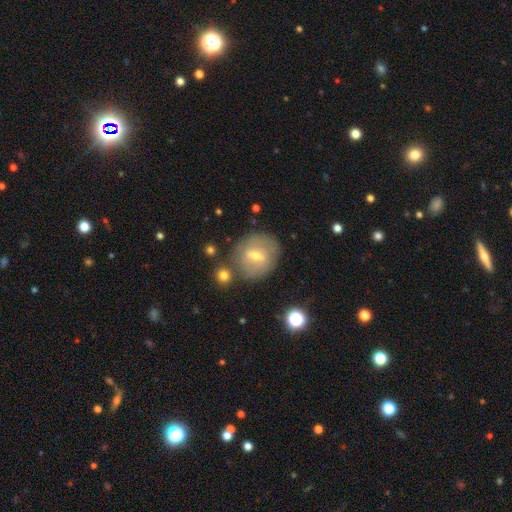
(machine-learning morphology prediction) This is possibly a featured or disk galaxy (54%). It is clearly not viewed edge-on (92%). Merging: likely none (71%).